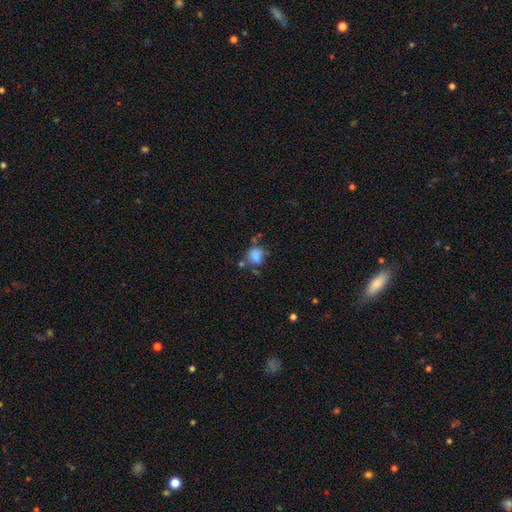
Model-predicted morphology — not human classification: A smooth galaxy with no disk features (80%) that is round (67%).

Vote fractions:
- Smooth or featured? smooth: 80% / star or artifact: 11% / featured or disk: 9%
- How rounded? round: 67% / in between: 32% / cigar-shaped: 1%
- Merging? none: 54% / minor disturbance: 22% / merger: 16% / major disturbance: 8%